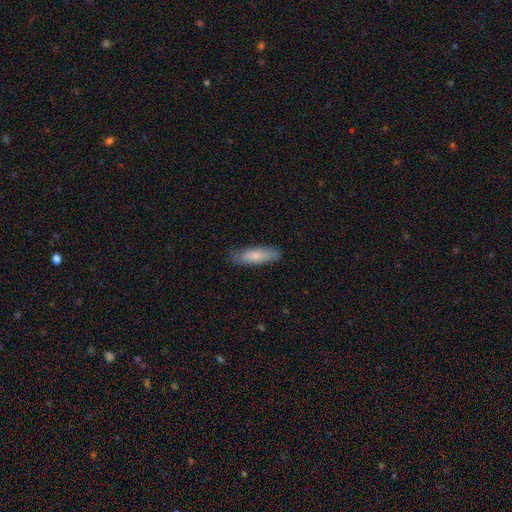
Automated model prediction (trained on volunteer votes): A smooth galaxy with no disk features (78%) that is cigar-shaped (59%). Merging: none (78%).